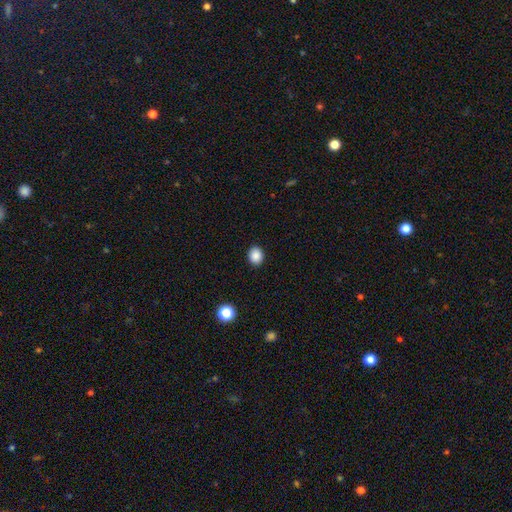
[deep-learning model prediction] Morphology: type=smooth (87%); roundness=round (57%); merging=none (91%).